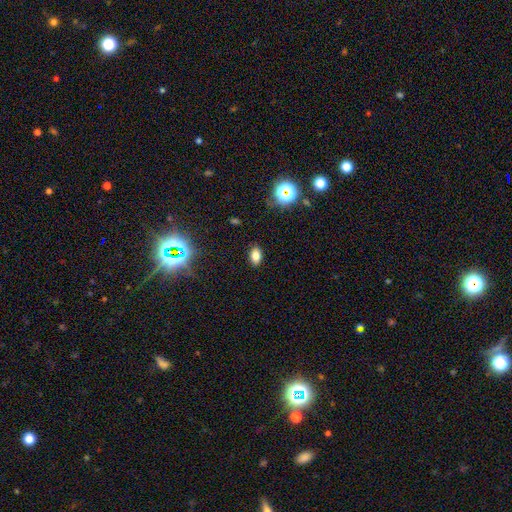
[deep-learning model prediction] Q: Smooth or featured?
A: smooth (77%); runner-up: star or artifact (15%)
Q: How rounded?
A: in between (87%); runner-up: round (11%)
Q: Merging?
A: none (88%); runner-up: minor disturbance (9%)